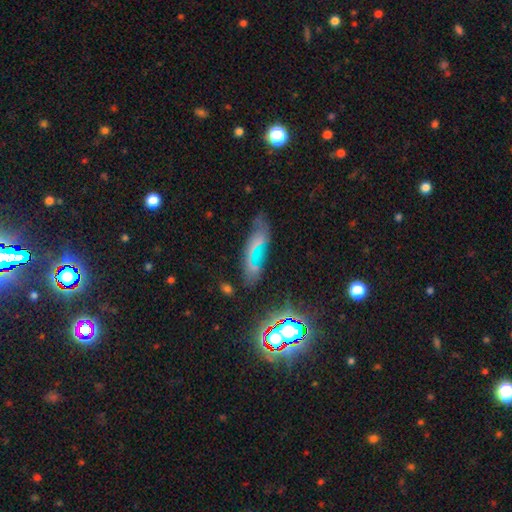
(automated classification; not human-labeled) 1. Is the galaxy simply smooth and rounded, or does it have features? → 56% featured or disk, 26% smooth, 18% star or artifact.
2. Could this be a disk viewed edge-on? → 86% no, 14% yes.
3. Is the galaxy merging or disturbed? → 47% none, 24% minor disturbance, 21% major disturbance, 8% merger.